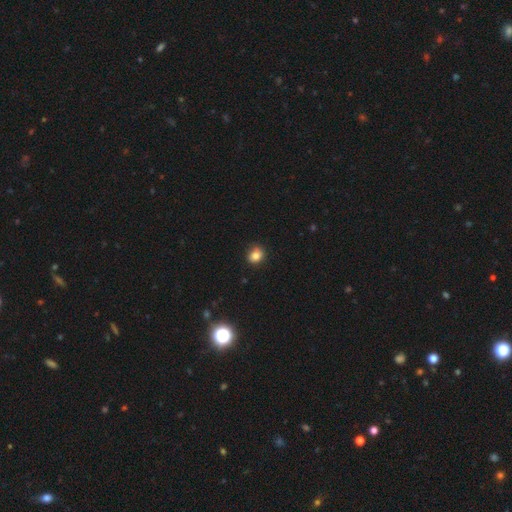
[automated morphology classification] Smooth or featured? Predicted: smooth (p=0.82). How rounded? Predicted: round (p=0.66). Merging? Predicted: none (p=0.83).